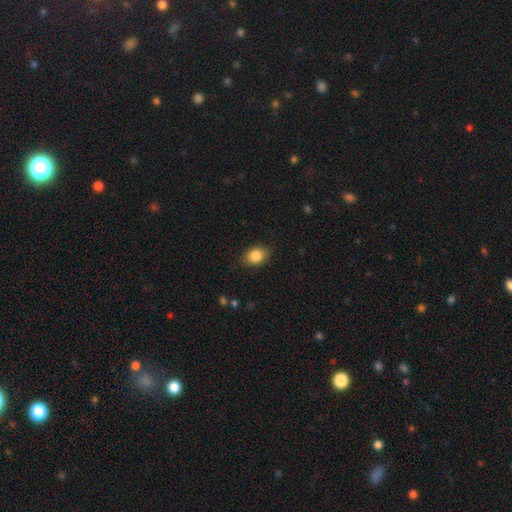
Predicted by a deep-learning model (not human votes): smooth-or-featured: smooth: 85% | star or artifact: 9% | featured or disk: 7%
  how-rounded: in between: 66% | round: 33% | cigar-shaped: 1%
  merging: none: 84% | minor disturbance: 12% | major disturbance: 3% | merger: 1%